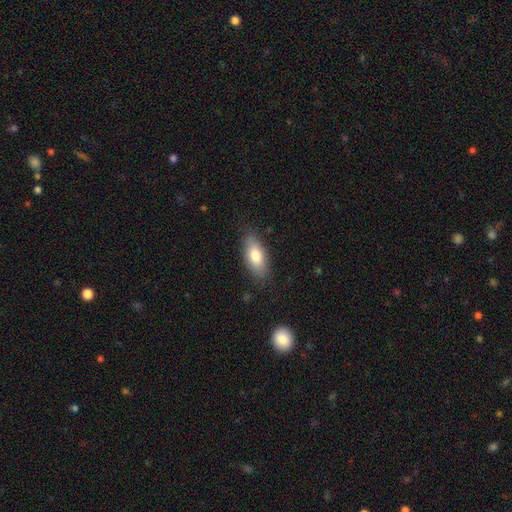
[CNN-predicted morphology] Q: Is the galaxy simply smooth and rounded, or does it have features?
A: smooth — 77%.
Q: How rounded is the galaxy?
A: in between — 83%.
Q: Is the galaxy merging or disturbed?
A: none — 82%.